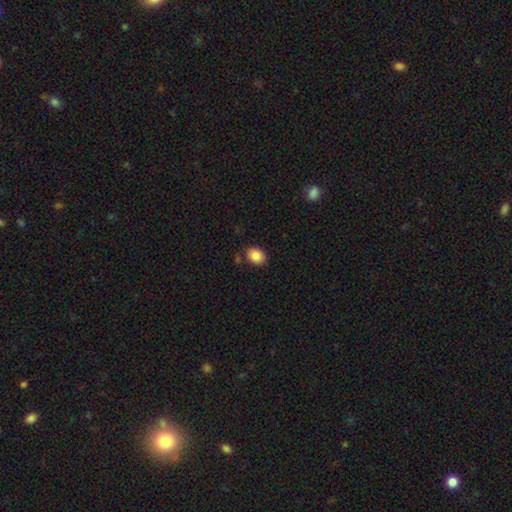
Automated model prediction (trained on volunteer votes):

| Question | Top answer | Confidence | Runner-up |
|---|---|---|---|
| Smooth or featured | smooth | 86% | star or artifact (8%) |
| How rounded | in between | 61% | round (38%) |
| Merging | none | 83% | minor disturbance (12%) |